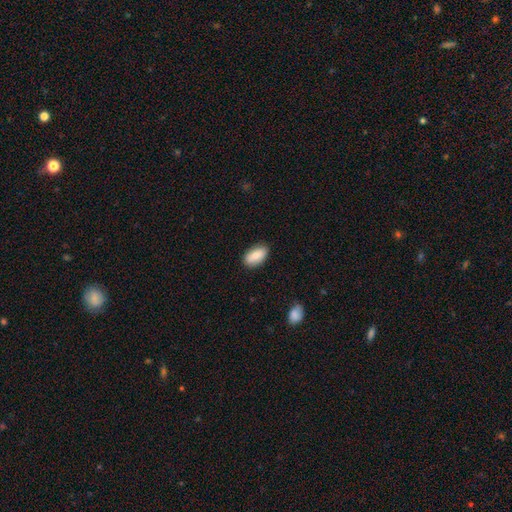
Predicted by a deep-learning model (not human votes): This appears to be a smooth galaxy with no disk features (77%) that is in between round and cigar-shaped (93%). Merging: none (84%).